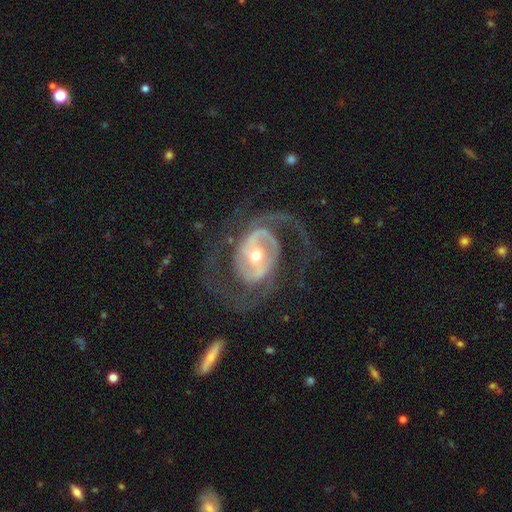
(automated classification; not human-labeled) featured or disk 90%, smooth 5%, star or artifact 4%. Down the decision tree: edge-on disk — no (97%); bar — weak (36%); spiral arms — yes (94%); spiral arm count — 2 (79%); spiral winding — medium (51%); bulge size — moderate (61%); merging — none (66%).